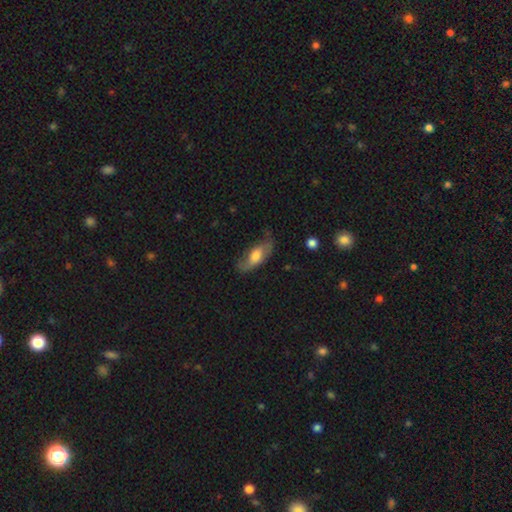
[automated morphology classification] This appears to be a smooth galaxy with no disk features (48%). Merging: none (62%).